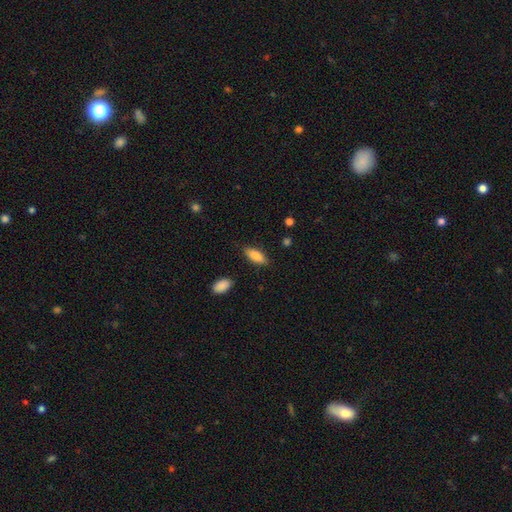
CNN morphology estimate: smooth-or-featured: smooth: 85% | featured or disk: 8% | star or artifact: 6%
  how-rounded: in between: 74% | cigar-shaped: 24% | round: 2%
  merging: none: 84% | minor disturbance: 12% | major disturbance: 3% | merger: 2%